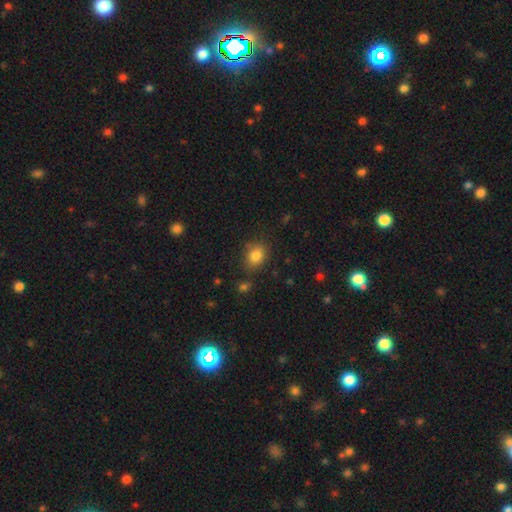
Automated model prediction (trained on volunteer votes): This appears to be a smooth galaxy with no disk features (84%) that is in between round and cigar-shaped (55%). Merging: none (77%).